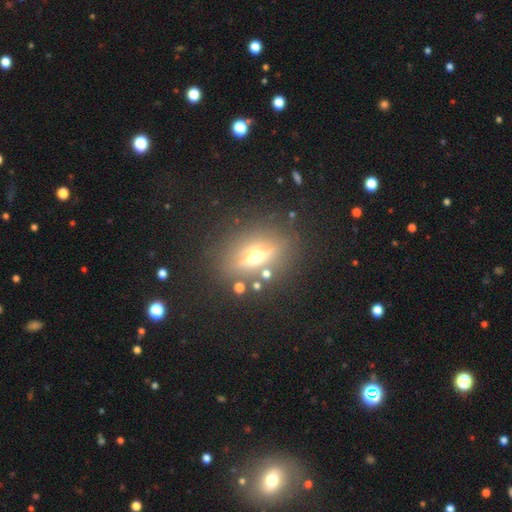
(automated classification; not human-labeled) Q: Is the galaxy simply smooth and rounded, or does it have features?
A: featured or disk — 67%.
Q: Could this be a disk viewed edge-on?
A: yes — 84%.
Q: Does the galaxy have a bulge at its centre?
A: rounded — 95%.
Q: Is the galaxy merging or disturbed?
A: none — 82%.